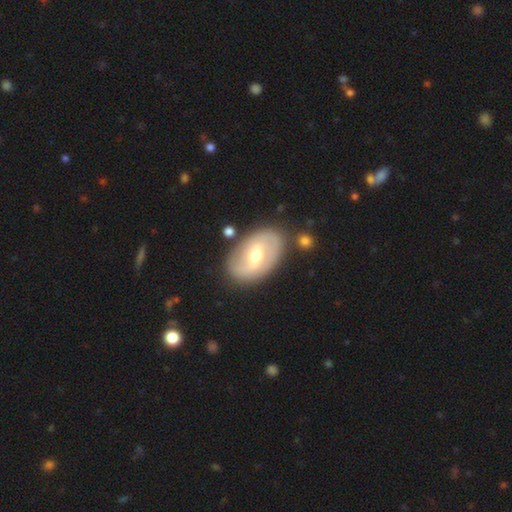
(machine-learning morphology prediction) featured or disk 70%, smooth 25%, star or artifact 5%. Down the decision tree: edge-on disk — no (95%); bar — weak (53%); spiral arms — yes (76%); spiral arm count — 2 (82%); spiral winding — medium (42%); bulge size — moderate (67%); merging — none (80%).